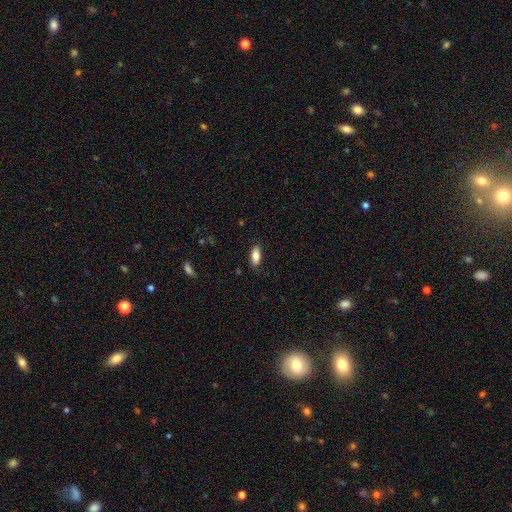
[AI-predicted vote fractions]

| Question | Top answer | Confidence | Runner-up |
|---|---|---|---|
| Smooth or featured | smooth | 81% | featured or disk (12%) |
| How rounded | in between | 80% | cigar-shaped (18%) |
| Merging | none | 87% | minor disturbance (10%) |